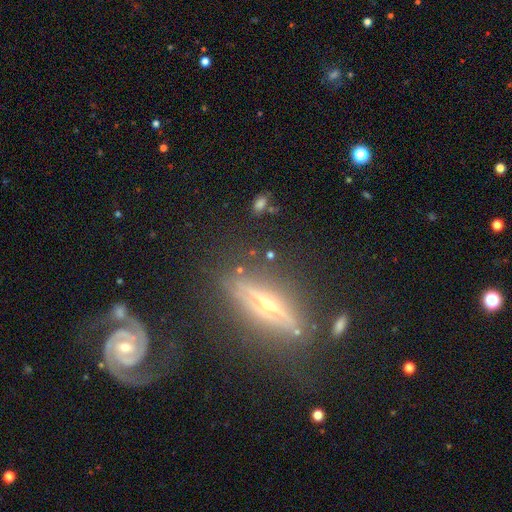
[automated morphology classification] A featured or disk galaxy (75%) viewed edge-on (61%).

Vote fractions:
- Smooth or featured? featured or disk: 75% / smooth: 16% / star or artifact: 10%
- Edge-on disk? yes: 61% / no: 39%
- Merging? none: 72% / minor disturbance: 16% / major disturbance: 7% / merger: 6%